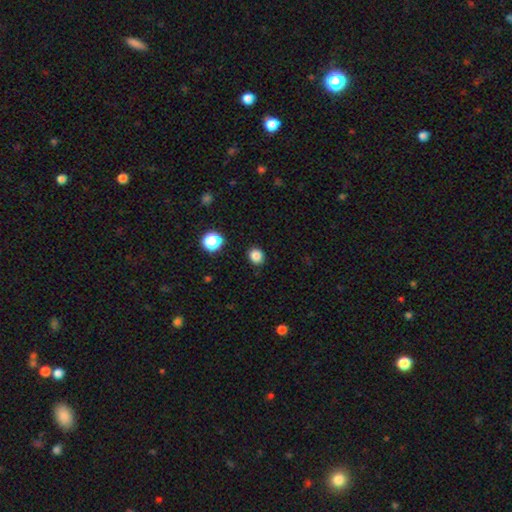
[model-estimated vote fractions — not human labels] The model was most divided on "how rounded": round: 81%, in between: 18%, cigar-shaped: 1%. More confident: merging — none (88%); smooth or featured — smooth (85%).